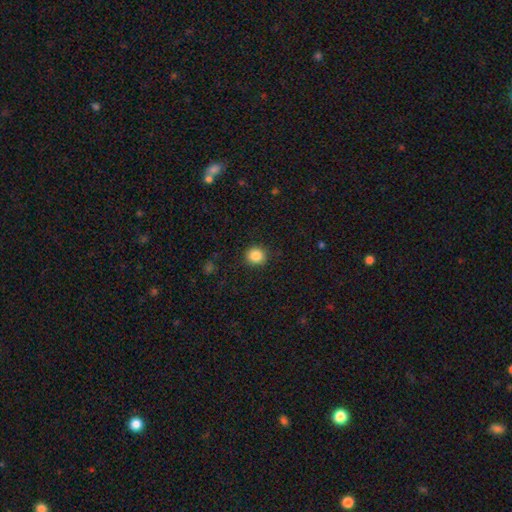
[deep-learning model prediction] Smooth or featured?
  - smooth: 86% *
  - star or artifact: 10%
  - featured or disk: 4%
How rounded?
  - round: 89% *
  - in between: 10%
  - cigar-shaped: 1%
Merging?
  - none: 90% *
  - minor disturbance: 7%
  - major disturbance: 2%
  - merger: 1%